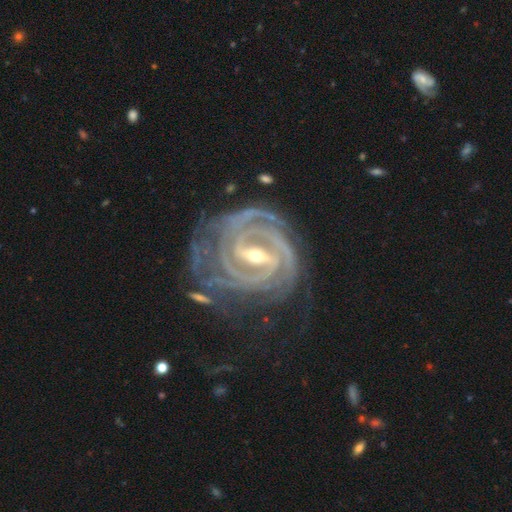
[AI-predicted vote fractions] smooth_or_featured: featured or disk (p=0.93) [alt: star or artifact p=0.05]
disk_edge_on: no (p=0.97) [alt: yes p=0.03]
bar: strong (p=0.63) [alt: weak p=0.30]
has_spiral_arms: yes (p=0.98) [alt: no p=0.02]
spiral_winding: tight (p=0.81) [alt: medium p=0.17]
spiral_arm_count: 2 (p=0.33) [alt: 3 p=0.25]
bulge_size: moderate (p=0.51) [alt: small p=0.45]
merging: none (p=0.66) [alt: minor disturbance p=0.20]